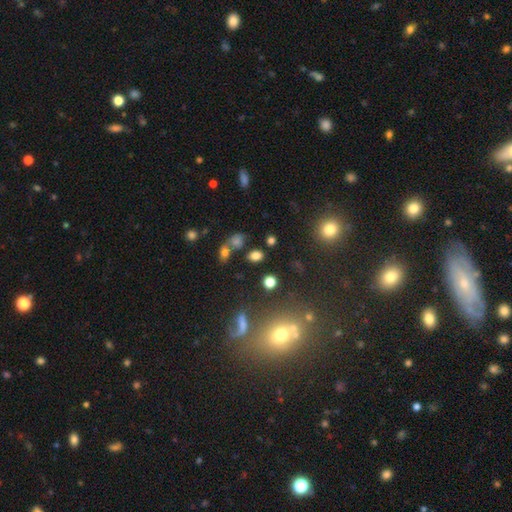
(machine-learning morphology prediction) This appears to be a smooth galaxy with no disk features (74%) that is in between round and cigar-shaped (71%). Merging: none (72%).